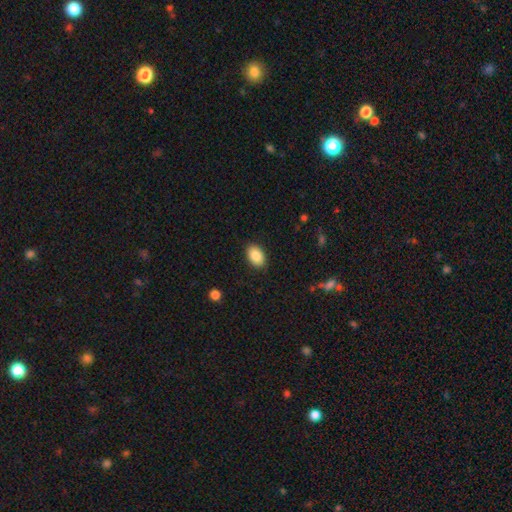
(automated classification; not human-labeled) smooth_or_featured: smooth (p=0.88) [alt: star or artifact p=0.07]
how_rounded: in between (p=0.89) [alt: round p=0.10]
merging: none (p=0.89) [alt: minor disturbance p=0.08]